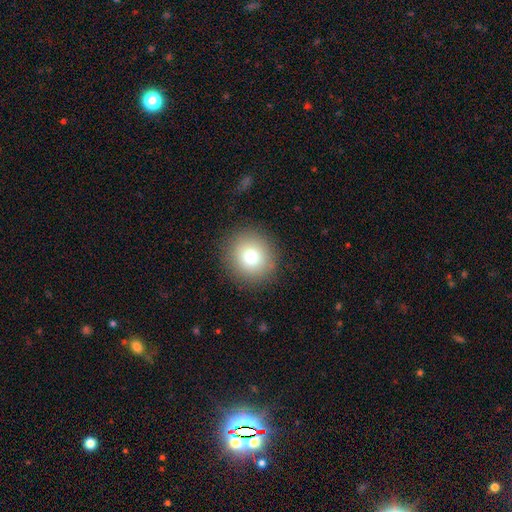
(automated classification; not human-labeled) This is likely a smooth galaxy (77%). How rounded: clearly round (91%). Merging: clearly none (89%).